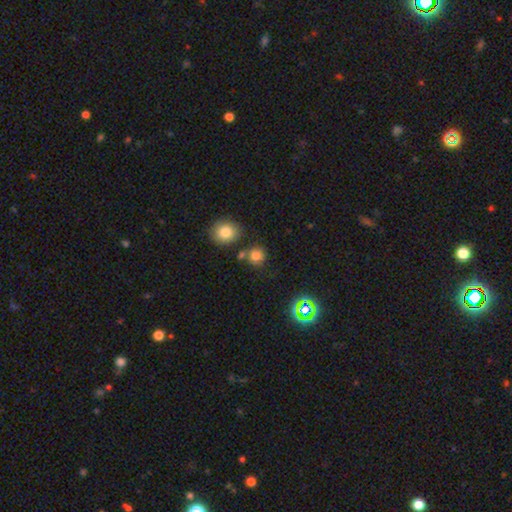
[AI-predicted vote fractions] The model was most divided on "merging": none: 73%, merger: 12%, minor disturbance: 11%, major disturbance: 4%. More confident: how rounded — round (88%); smooth or featured — smooth (78%).